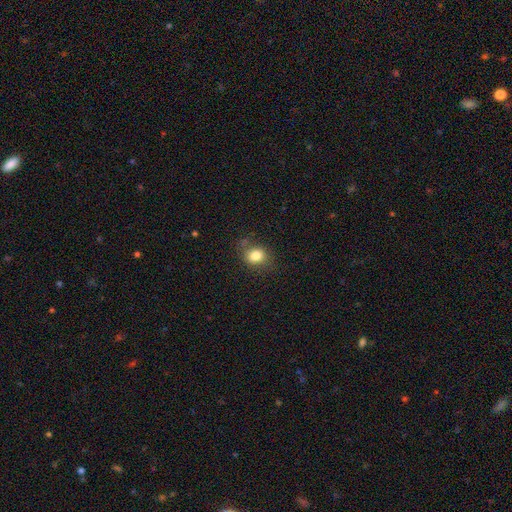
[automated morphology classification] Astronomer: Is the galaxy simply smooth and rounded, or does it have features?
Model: smooth — 82%.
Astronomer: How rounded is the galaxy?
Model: round — 60% (runner-up: in between, 39%).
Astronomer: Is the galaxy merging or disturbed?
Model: none — 74%.